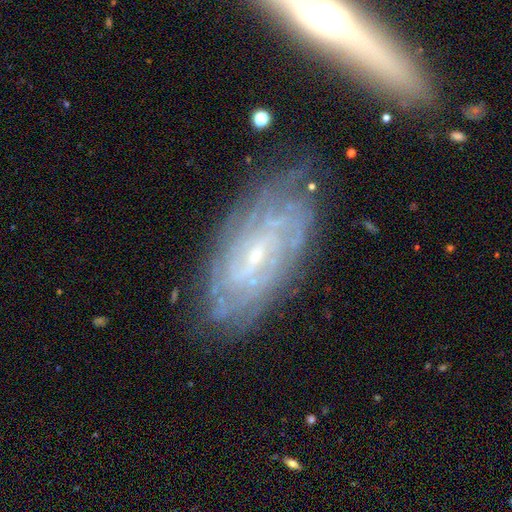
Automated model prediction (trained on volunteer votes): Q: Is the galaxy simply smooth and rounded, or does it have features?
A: featured or disk — 84%.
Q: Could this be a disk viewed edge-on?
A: no — 93%.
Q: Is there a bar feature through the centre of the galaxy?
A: weak — 47%.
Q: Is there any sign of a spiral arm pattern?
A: yes — 95%.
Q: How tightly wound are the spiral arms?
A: tight — 78%.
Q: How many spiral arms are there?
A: can't tell — 43%.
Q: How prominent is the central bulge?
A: small — 76%.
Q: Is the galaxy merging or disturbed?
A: none — 75%.